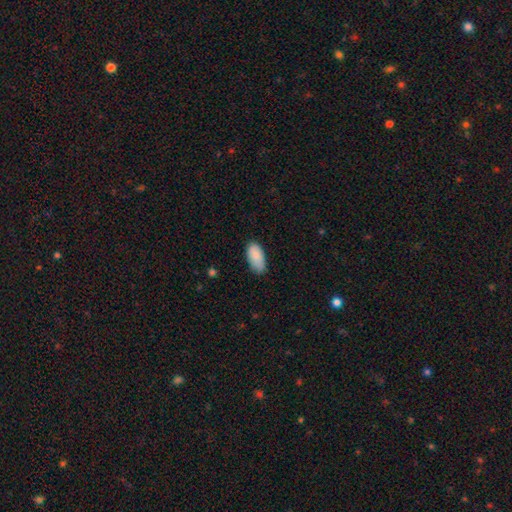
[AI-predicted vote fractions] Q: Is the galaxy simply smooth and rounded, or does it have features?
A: smooth — 88%.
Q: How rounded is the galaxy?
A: in between — 94%.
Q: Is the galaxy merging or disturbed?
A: none — 75%.